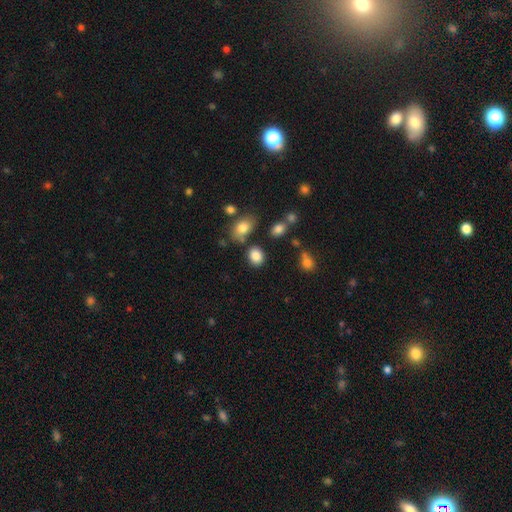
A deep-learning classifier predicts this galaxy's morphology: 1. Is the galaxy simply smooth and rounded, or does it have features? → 85% smooth, 10% star or artifact, 5% featured or disk.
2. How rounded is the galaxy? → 58% round, 40% in between, 1% cigar-shaped.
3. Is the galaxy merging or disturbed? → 79% none, 11% minor disturbance, 7% merger, 4% major disturbance.